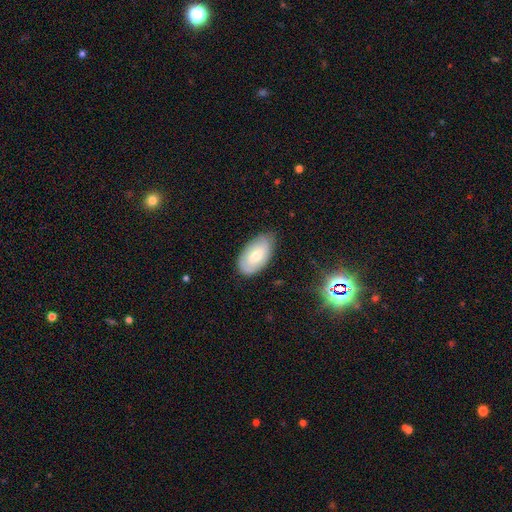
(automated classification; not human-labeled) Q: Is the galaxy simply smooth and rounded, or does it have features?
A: smooth — 51%.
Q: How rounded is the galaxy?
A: in between — 94%.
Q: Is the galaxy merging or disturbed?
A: none — 76%.